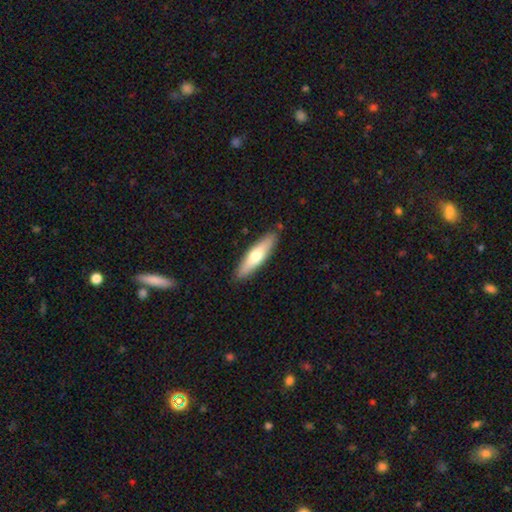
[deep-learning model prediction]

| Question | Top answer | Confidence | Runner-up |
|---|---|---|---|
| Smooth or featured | smooth | 63% | featured or disk (32%) |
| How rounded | cigar-shaped | 70% | in between (28%) |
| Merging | none | 88% | minor disturbance (9%) |